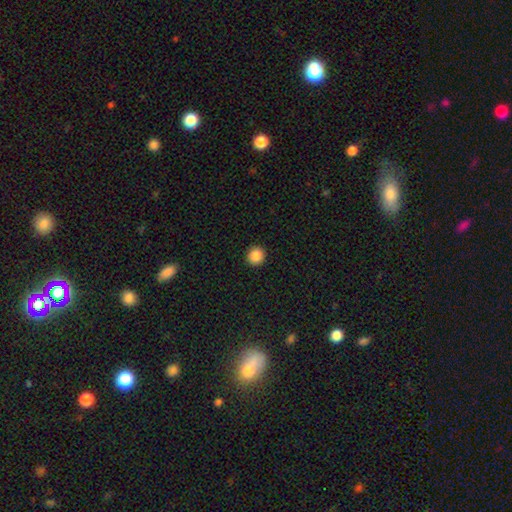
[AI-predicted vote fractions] The model was most divided on "smooth or featured": smooth: 87%, star or artifact: 10%, featured or disk: 3%. More confident: merging — none (93%); how rounded — round (92%).